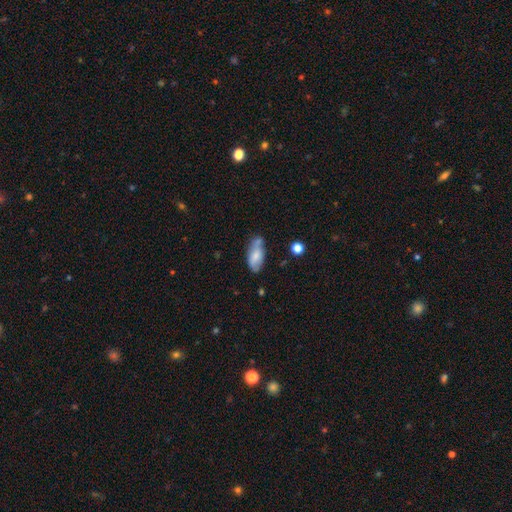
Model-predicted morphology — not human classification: This is likely a smooth galaxy (65%). How rounded: clearly in between (85%). Merging: possibly none (52%).